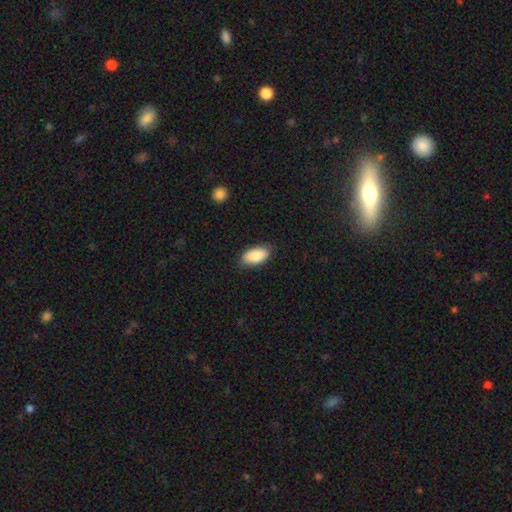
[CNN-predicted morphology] The model was most divided on "merging": none: 84%, minor disturbance: 12%, major disturbance: 2%, merger: 1%. More confident: how rounded — in between (93%); smooth or featured — smooth (88%).